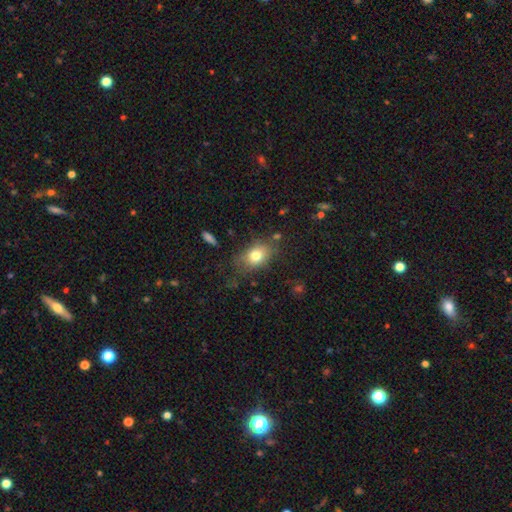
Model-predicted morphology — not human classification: A smooth galaxy with no disk features (77%) that is in between round and cigar-shaped (69%).

Vote fractions:
- Smooth or featured? smooth: 77% / featured or disk: 13% / star or artifact: 10%
- How rounded? in between: 69% / round: 29% / cigar-shaped: 2%
- Merging? none: 69% / minor disturbance: 21% / major disturbance: 8% / merger: 3%